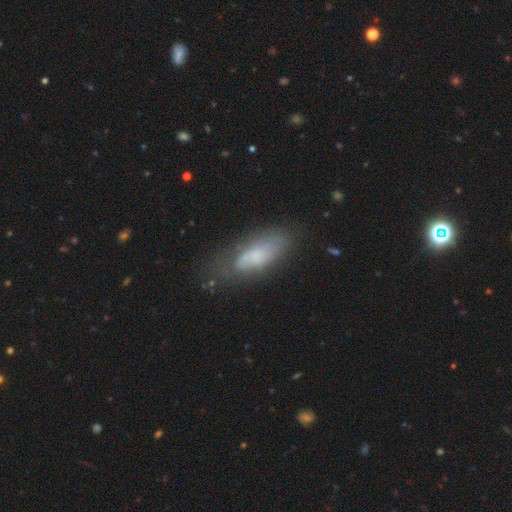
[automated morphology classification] smooth 57%, featured or disk 35%, star or artifact 8%. Down the decision tree: how rounded — in between (73%); merging — none (55%).